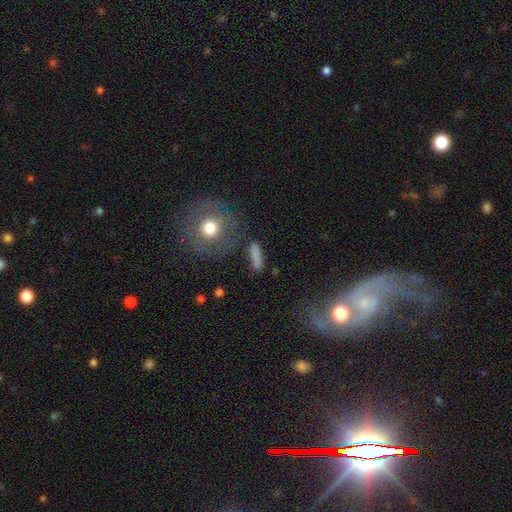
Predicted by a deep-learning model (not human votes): A smooth galaxy with no disk features (80%) that is cigar-shaped (71%). Merging: none (80%).